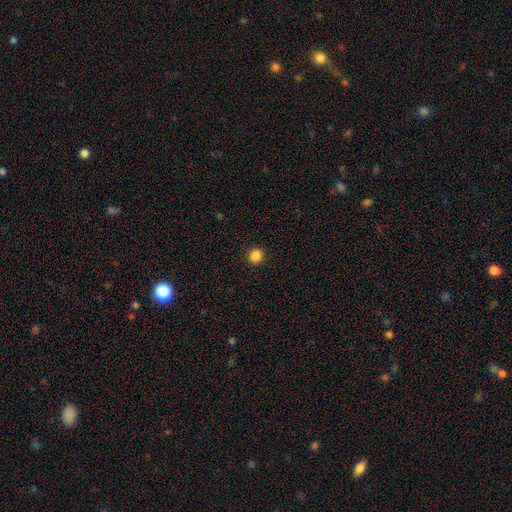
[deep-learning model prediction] This appears to be a smooth galaxy with no disk features (86%) that is round (95%). Merging: none (93%).